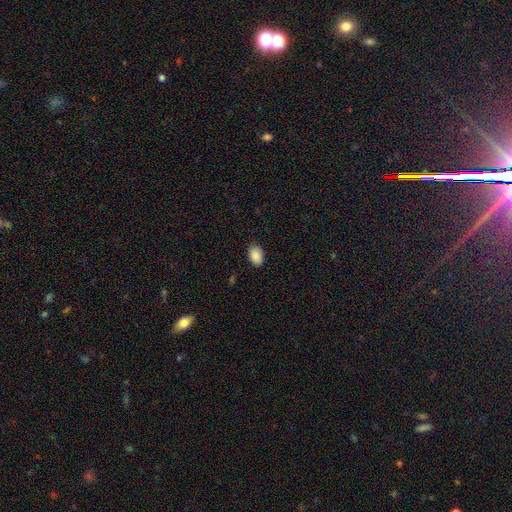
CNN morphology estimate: Smooth or featured?
  - smooth: 89% *
  - star or artifact: 7%
  - featured or disk: 3%
How rounded?
  - in between: 84% *
  - round: 15%
  - cigar-shaped: 1%
Merging?
  - none: 86% *
  - minor disturbance: 11%
  - major disturbance: 2%
  - merger: 1%